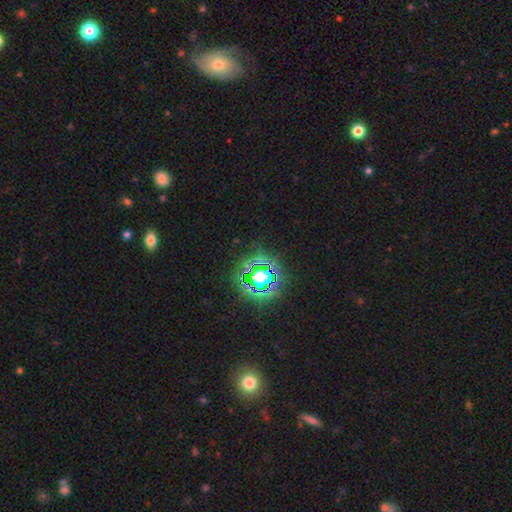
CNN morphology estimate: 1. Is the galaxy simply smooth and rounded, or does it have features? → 77% star or artifact, 15% smooth, 7% featured or disk.